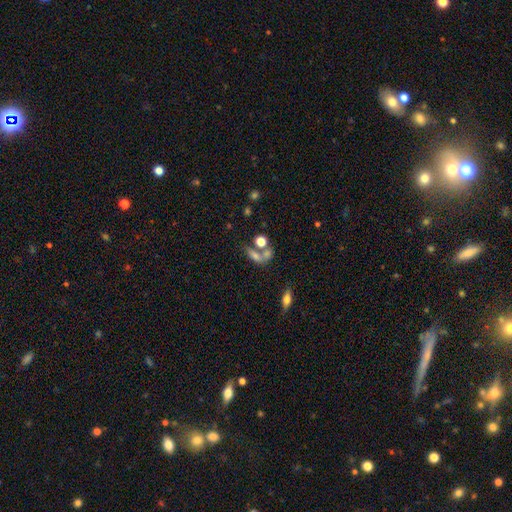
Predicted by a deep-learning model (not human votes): The model was most divided on "merging": merger: 45%, none: 33%, minor disturbance: 11%, major disturbance: 11%. More confident: how rounded — in between (58%); smooth or featured — smooth (58%).